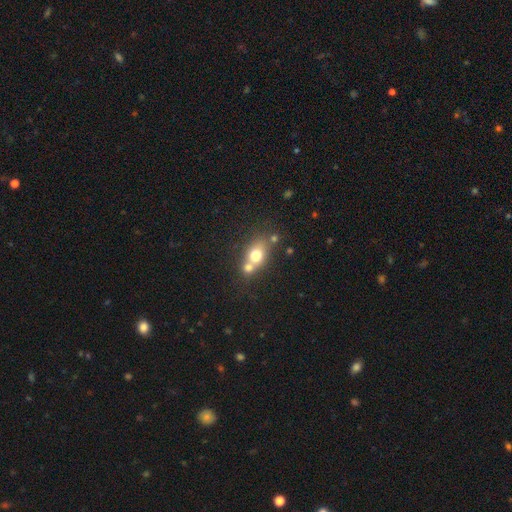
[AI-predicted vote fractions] smooth-or-featured: smooth: 69% | featured or disk: 20% | star or artifact: 11%
  how-rounded: in between: 56% | round: 41% | cigar-shaped: 3%
  merging: merger: 48% | none: 38% | minor disturbance: 9% | major disturbance: 4%